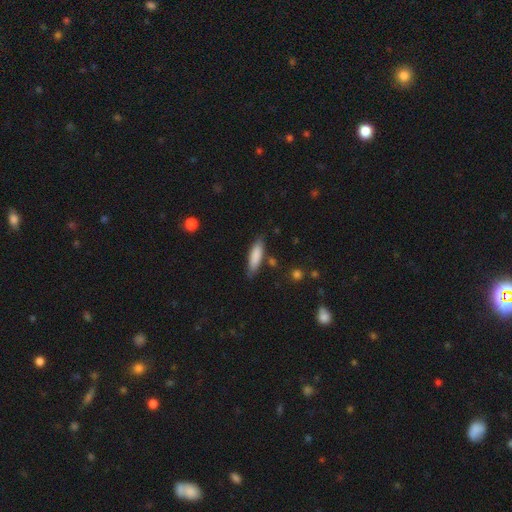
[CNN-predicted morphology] Smooth or featured? Predicted: smooth (p=0.84). How rounded? Predicted: cigar-shaped (p=0.60). Merging? Predicted: none (p=0.80).